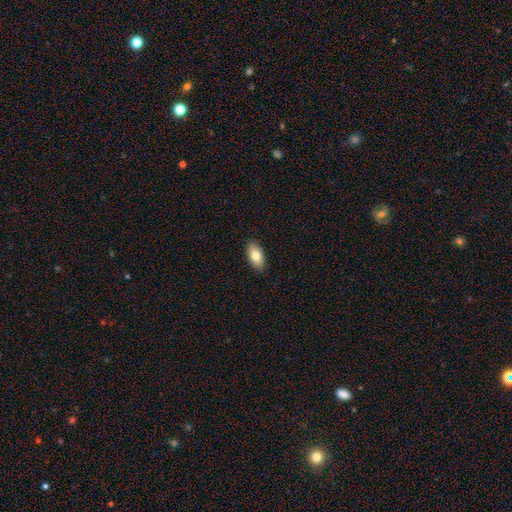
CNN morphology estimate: Q: Smooth or featured?
A: smooth (80%); runner-up: featured or disk (13%)
Q: How rounded?
A: in between (93%); runner-up: cigar-shaped (4%)
Q: Merging?
A: none (89%); runner-up: minor disturbance (8%)